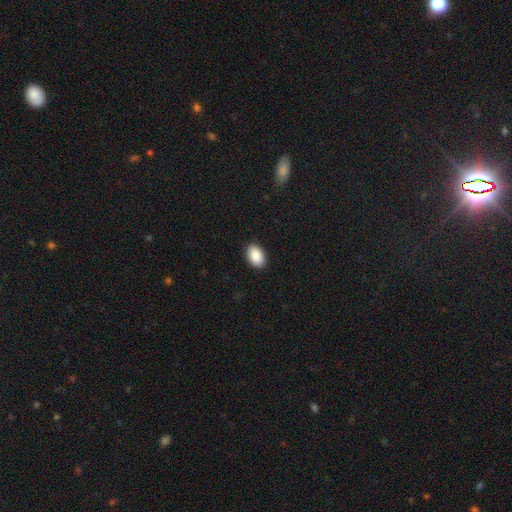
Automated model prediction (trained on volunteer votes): smooth_or_featured: smooth (p=0.90) [alt: star or artifact p=0.07]
how_rounded: in between (p=0.90) [alt: round p=0.09]
merging: none (p=0.90) [alt: minor disturbance p=0.07]